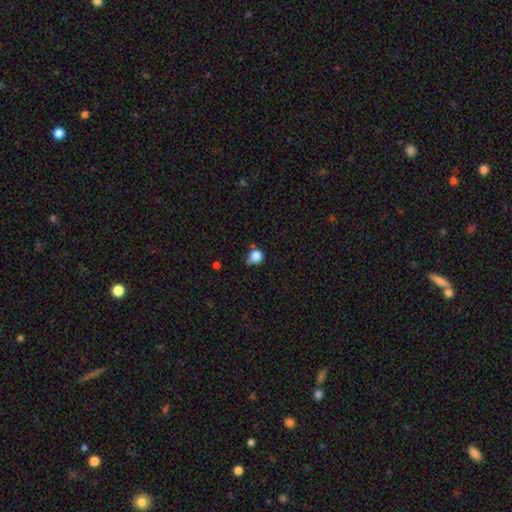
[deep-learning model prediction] Q: Smooth or featured?
A: smooth (83%); runner-up: star or artifact (11%)
Q: How rounded?
A: round (80%); runner-up: in between (19%)
Q: Merging?
A: none (48%); runner-up: minor disturbance (35%)